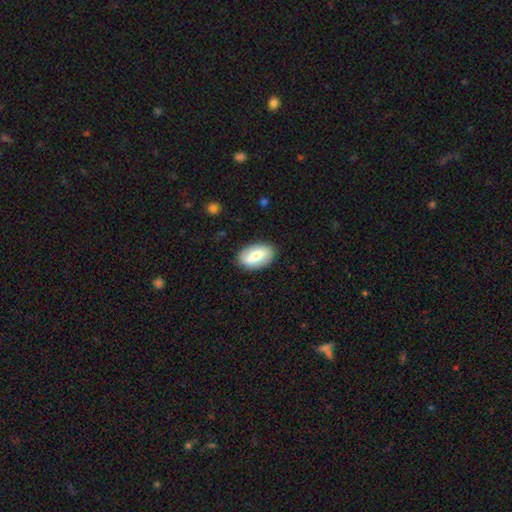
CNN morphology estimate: Smooth or featured? Predicted: smooth (p=0.59). How rounded? Predicted: in between (p=0.91). Merging? Predicted: none (p=0.86).